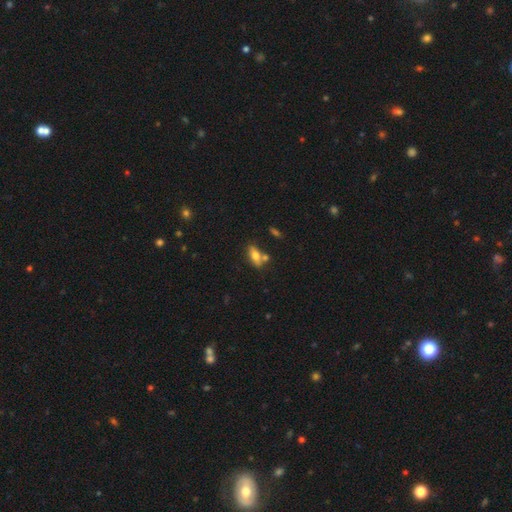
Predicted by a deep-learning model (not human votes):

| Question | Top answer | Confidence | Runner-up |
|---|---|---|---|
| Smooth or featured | smooth | 69% | featured or disk (22%) |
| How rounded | in between | 81% | cigar-shaped (14%) |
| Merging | none | 60% | merger (21%) |